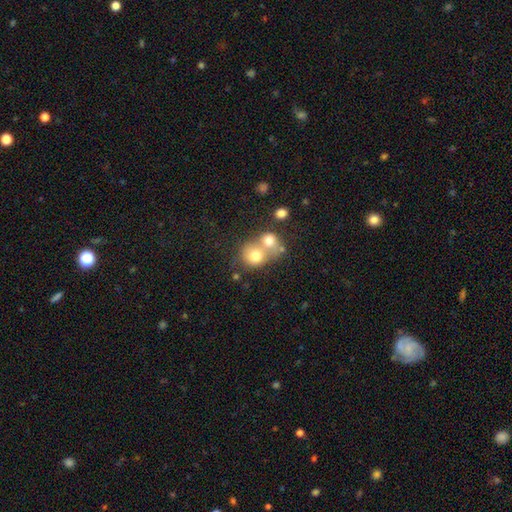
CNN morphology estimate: This is likely a smooth galaxy (72%). How rounded: likely round (77%). Merging: likely merger (63%).